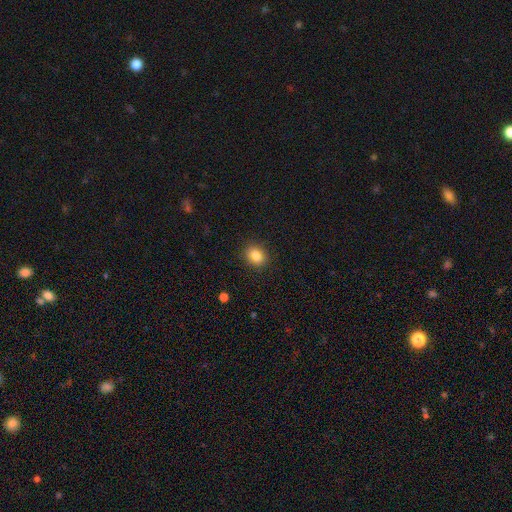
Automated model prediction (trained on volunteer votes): Smooth or featured? smooth (85%)
How rounded? round (57%)
Merging? none (89%)